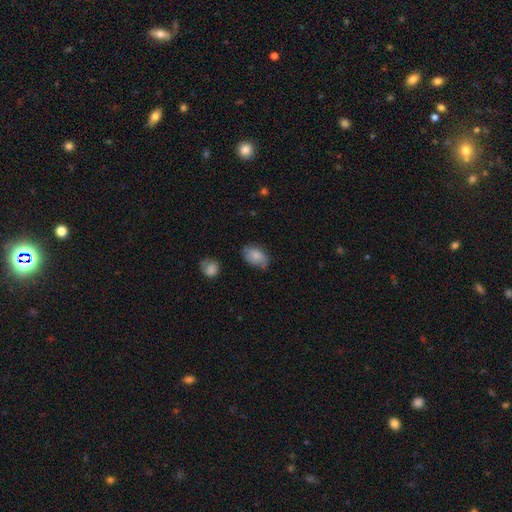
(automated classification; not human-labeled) The model was most divided on "merging": none: 65%, minor disturbance: 27%, major disturbance: 6%, merger: 2%. More confident: how rounded — in between (88%); smooth or featured — smooth (80%).